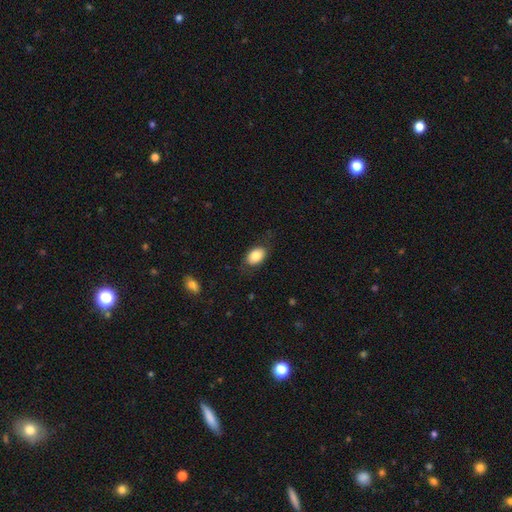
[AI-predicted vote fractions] Smooth or featured: smooth — 80% (featured or disk — 12%)
How rounded: in between — 86% (round — 13%)
Merging: none — 76% (minor disturbance — 17%)